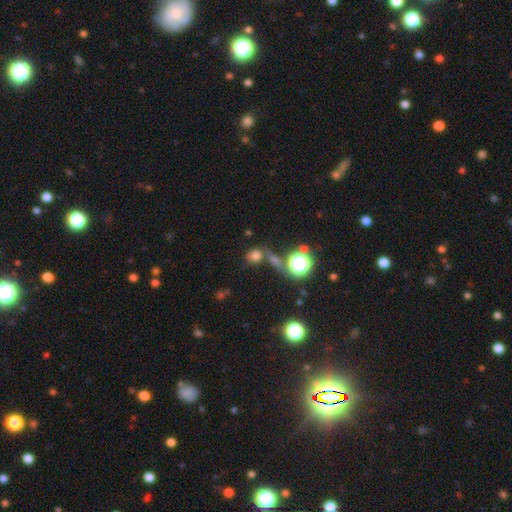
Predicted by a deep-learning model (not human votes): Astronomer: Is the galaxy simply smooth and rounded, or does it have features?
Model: smooth — 67%.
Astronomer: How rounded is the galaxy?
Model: round — 70%.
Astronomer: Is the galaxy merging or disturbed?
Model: none — 58%.